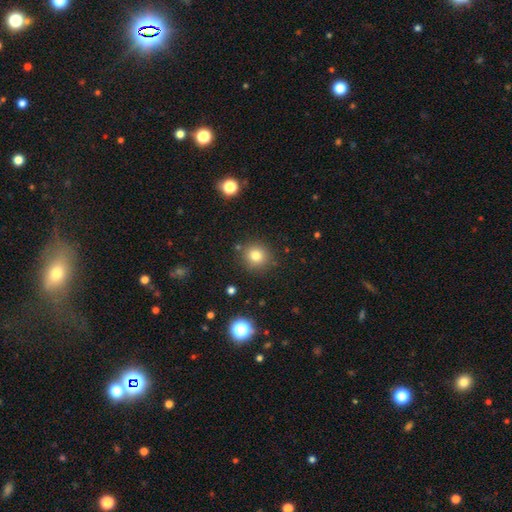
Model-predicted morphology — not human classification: A smooth galaxy with no disk features (78%) that is round (91%).

Vote fractions:
- Smooth or featured? smooth: 78% / star or artifact: 14% / featured or disk: 8%
- How rounded? round: 91% / in between: 8% / cigar-shaped: 1%
- Merging? none: 86% / minor disturbance: 8% / merger: 3% / major disturbance: 3%